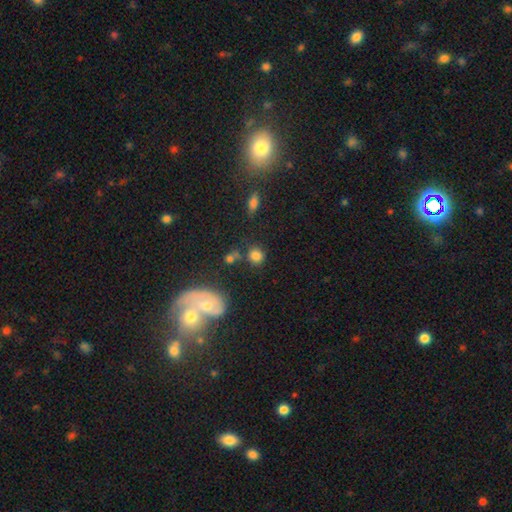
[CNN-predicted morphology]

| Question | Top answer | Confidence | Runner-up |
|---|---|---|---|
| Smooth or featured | smooth | 79% | star or artifact (14%) |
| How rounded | round | 82% | in between (17%) |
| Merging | none | 70% | minor disturbance (14%) |